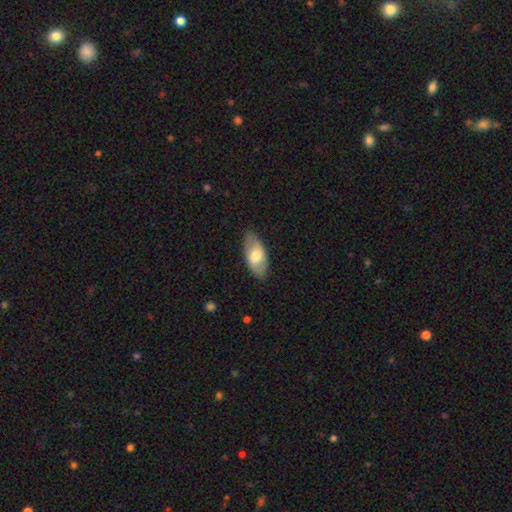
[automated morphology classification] The model was most divided on "smooth or featured": smooth: 64%, featured or disk: 31%, star or artifact: 5%. More confident: how rounded — in between (92%); merging — none (81%).